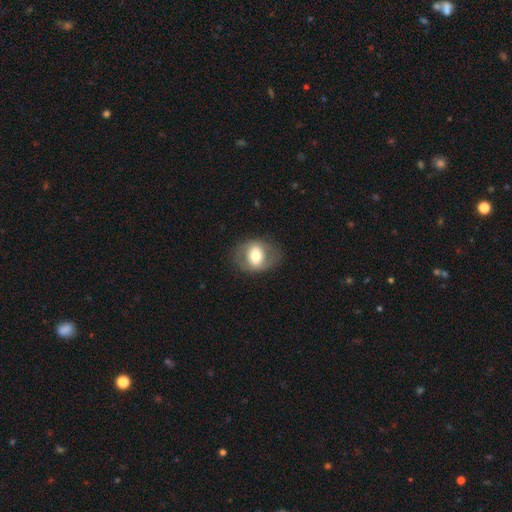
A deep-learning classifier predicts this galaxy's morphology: smooth-or-featured: smooth: 52% | featured or disk: 40% | star or artifact: 8%
  how-rounded: in between: 52% | round: 47% | cigar-shaped: 1%
  merging: none: 77% | minor disturbance: 14% | major disturbance: 8% | merger: 1%